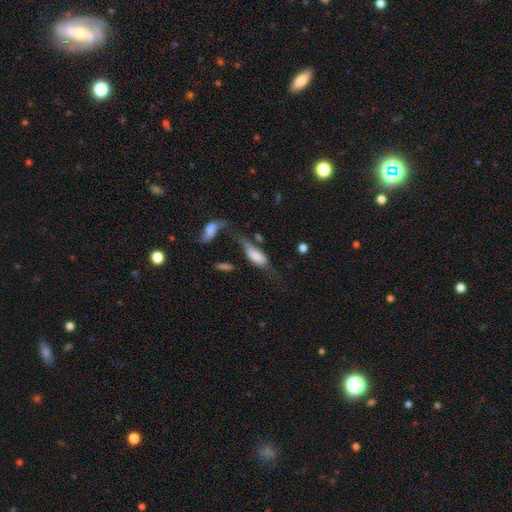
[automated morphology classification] A smooth galaxy with no disk features (67%) that is in between round and cigar-shaped (80%). Merging: major disturbance (34%).